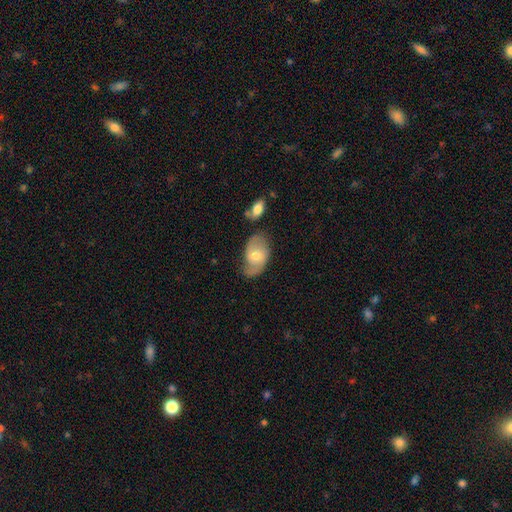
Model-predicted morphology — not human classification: This is possibly a featured or disk galaxy (53%). It is clearly not viewed edge-on (94%). Bar: possibly no (46%). Spiral arm pattern: clearly yes (81%). Central bulge: possibly moderate (59%). Merging: possibly none (58%).